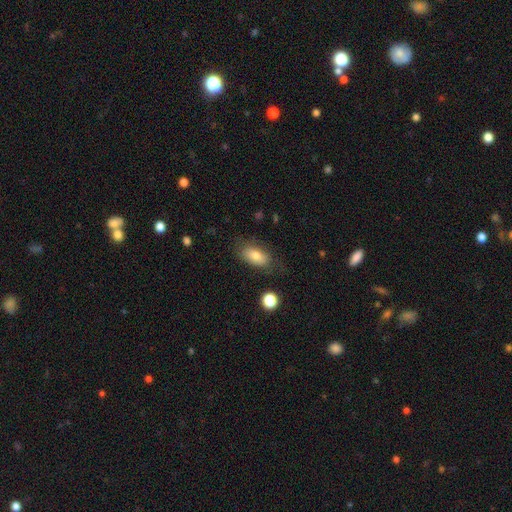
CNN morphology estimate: type=smooth (77%); roundness=in between (89%); merging=none (71%).